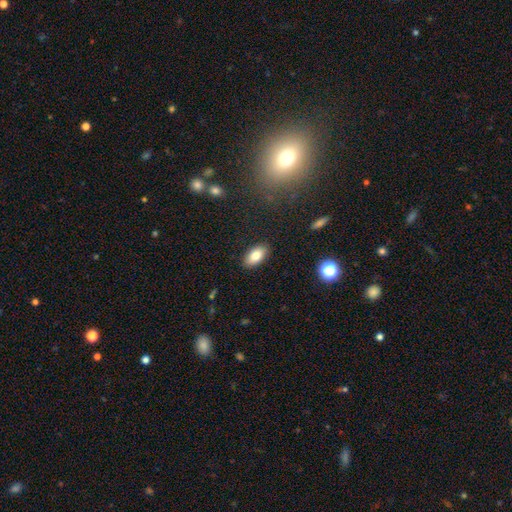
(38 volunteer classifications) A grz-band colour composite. It shows a smooth galaxy with no disk features (89%) that is in between round and cigar-shaped (91%). Merging: none (89%).